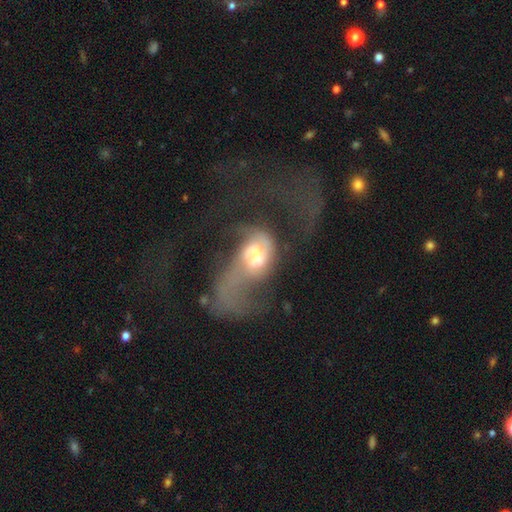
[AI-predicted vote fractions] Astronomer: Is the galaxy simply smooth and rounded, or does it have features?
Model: featured or disk — 62%.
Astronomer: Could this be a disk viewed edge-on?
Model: no — 96%.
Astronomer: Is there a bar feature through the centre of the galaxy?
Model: no — 56% (runner-up: weak, 33%).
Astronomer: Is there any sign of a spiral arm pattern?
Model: yes — 60% (runner-up: no, 40%).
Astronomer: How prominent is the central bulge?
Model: moderate — 44% (runner-up: large, 26%).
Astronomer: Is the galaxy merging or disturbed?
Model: major disturbance — 55%.